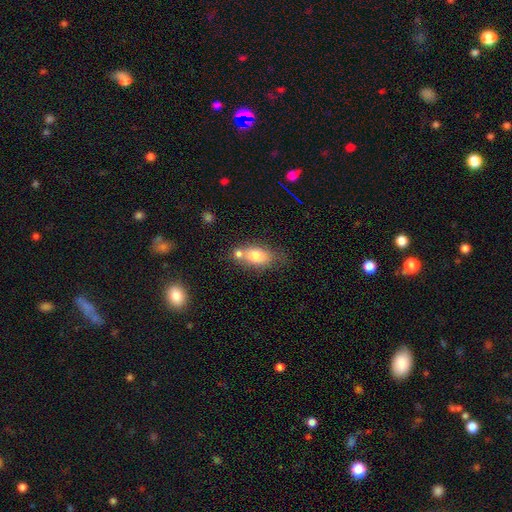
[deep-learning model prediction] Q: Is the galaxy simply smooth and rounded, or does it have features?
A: smooth — 78%.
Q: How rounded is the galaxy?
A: in between — 80%.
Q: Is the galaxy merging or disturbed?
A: none — 46%.